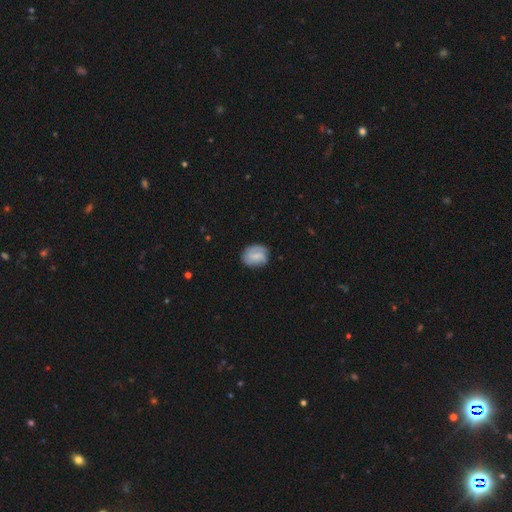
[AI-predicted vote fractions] This appears to be a featured or disk galaxy (48%). Merging: none (73%).